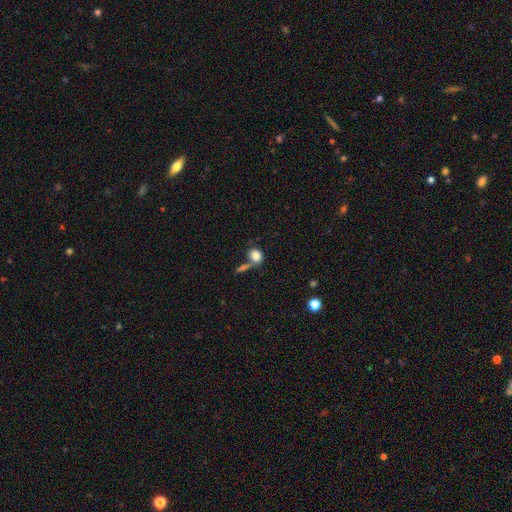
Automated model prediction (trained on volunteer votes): Smooth or featured? smooth (83%)
How rounded? round (55%)
Merging? none (47%)